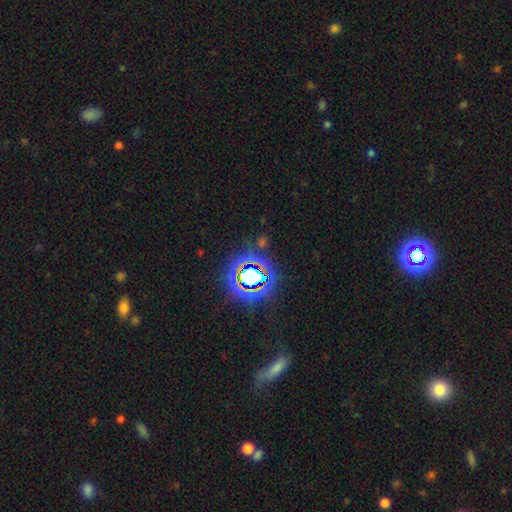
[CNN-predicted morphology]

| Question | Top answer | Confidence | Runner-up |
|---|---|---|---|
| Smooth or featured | star or artifact | 76% | smooth (15%) |